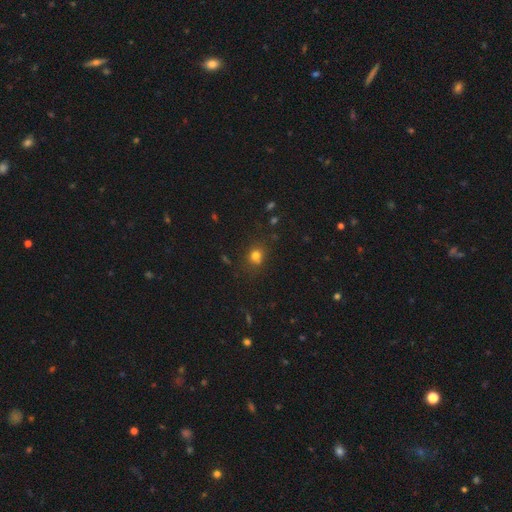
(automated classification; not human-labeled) A smooth galaxy with no disk features (75%) that is round (71%).

Vote fractions:
- Smooth or featured? smooth: 75% / star or artifact: 18% / featured or disk: 8%
- How rounded? round: 71% / in between: 27% / cigar-shaped: 1%
- Merging? none: 73% / minor disturbance: 16% / major disturbance: 6% / merger: 5%